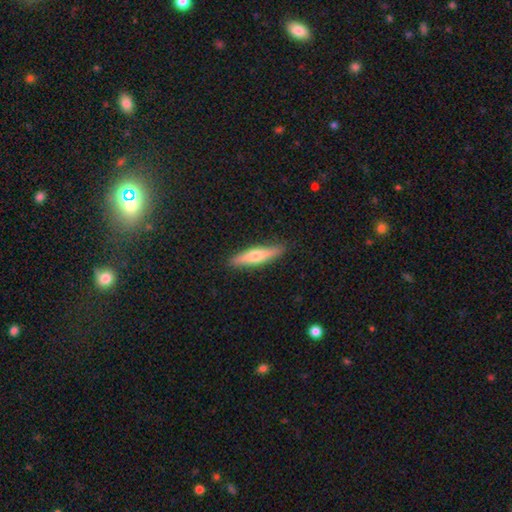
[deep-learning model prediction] Overall: smooth (51%; featured or disk 43%). How rounded: cigar-shaped (83%). Merging: none (89%).